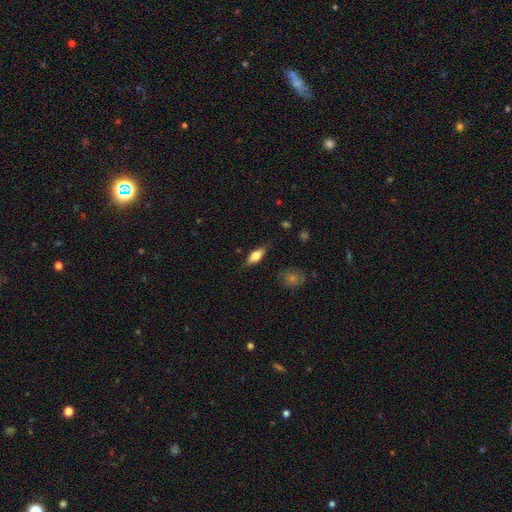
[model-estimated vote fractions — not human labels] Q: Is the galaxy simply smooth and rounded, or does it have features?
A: smooth — 62%.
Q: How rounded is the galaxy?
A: in between — 74%.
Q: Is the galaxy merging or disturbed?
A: none — 79%.